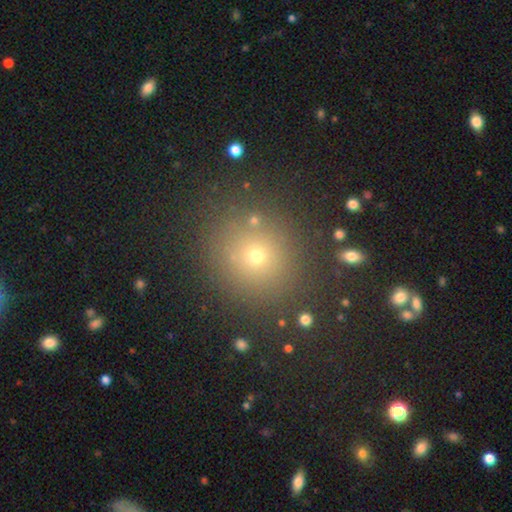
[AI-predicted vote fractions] The model was most divided on "smooth or featured": smooth: 63%, star or artifact: 29%, featured or disk: 9%. More confident: how rounded — round (89%); merging — none (86%).